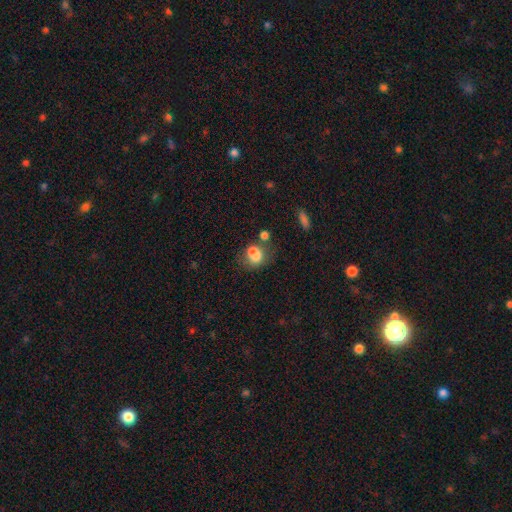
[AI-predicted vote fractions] Overall: smooth (72%). How rounded: in between (51%; round 48%). Merging: merger (42%; none 34%).